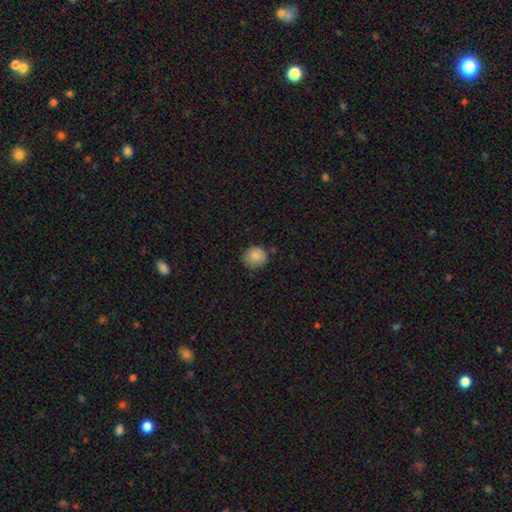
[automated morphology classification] A smooth galaxy with no disk features (84%) that is round (83%).

Vote fractions:
- Smooth or featured? smooth: 84% / star or artifact: 9% / featured or disk: 7%
- How rounded? round: 83% / in between: 16% / cigar-shaped: 1%
- Merging? none: 76% / minor disturbance: 19% / major disturbance: 3% / merger: 2%